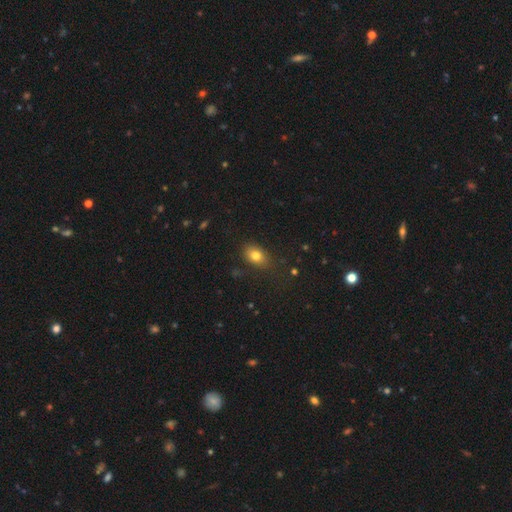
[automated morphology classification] This appears to be a smooth galaxy with no disk features (79%) that is in between round and cigar-shaped (77%). Merging: none (79%).